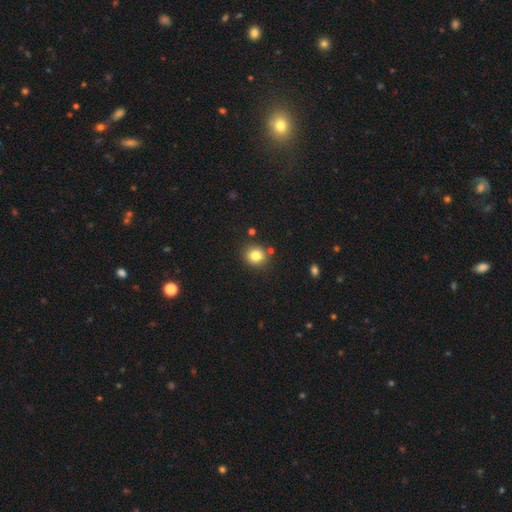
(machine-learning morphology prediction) smooth_or_featured: smooth (p=0.81) [alt: star or artifact p=0.12]
how_rounded: round (p=0.83) [alt: in between p=0.16]
merging: none (p=0.83) [alt: minor disturbance p=0.09]